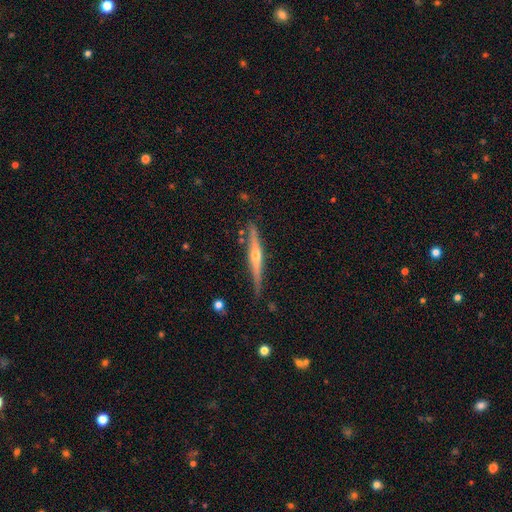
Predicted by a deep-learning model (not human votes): smooth_or_featured: featured or disk (p=0.75) [alt: smooth p=0.20]
disk_edge_on: yes (p=0.98) [alt: no p=0.02]
edge_on_bulge: rounded (p=0.88) [alt: none p=0.08]
merging: none (p=0.82) [alt: minor disturbance p=0.13]